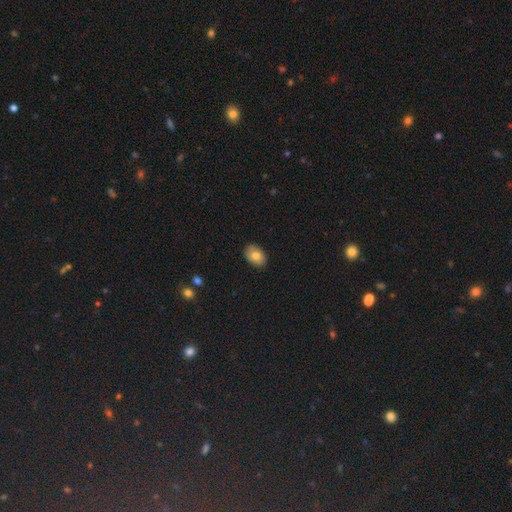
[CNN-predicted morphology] type=smooth (77%); roundness=in between (81%); merging=none (87%).